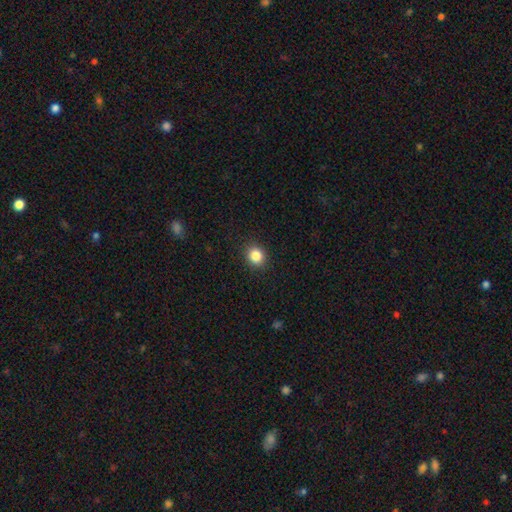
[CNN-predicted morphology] smooth-or-featured: smooth: 85% | star or artifact: 11% | featured or disk: 5%
  how-rounded: round: 77% | in between: 23% | cigar-shaped: 1%
  merging: none: 91% | minor disturbance: 6% | major disturbance: 2% | merger: 1%